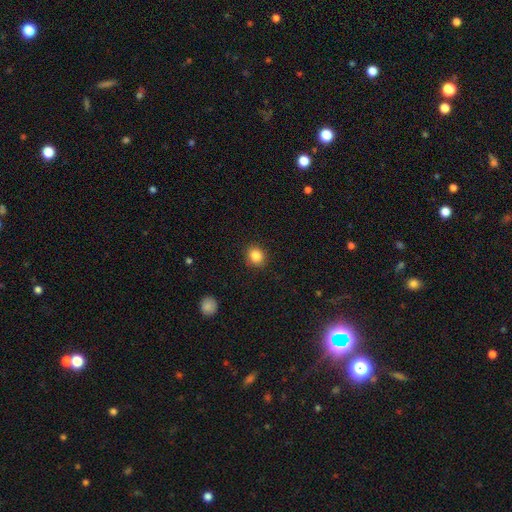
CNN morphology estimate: Smooth or featured: smooth — 85% (star or artifact — 10%)
How rounded: round — 77% (in between — 22%)
Merging: none — 90% (minor disturbance — 7%)